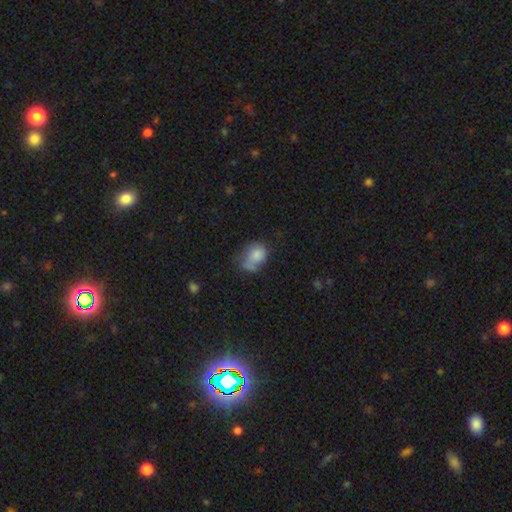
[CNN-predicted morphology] Q: Smooth or featured?
A: smooth (76%); runner-up: featured or disk (14%)
Q: How rounded?
A: in between (59%); runner-up: round (40%)
Q: Merging?
A: none (34%); runner-up: minor disturbance (31%)